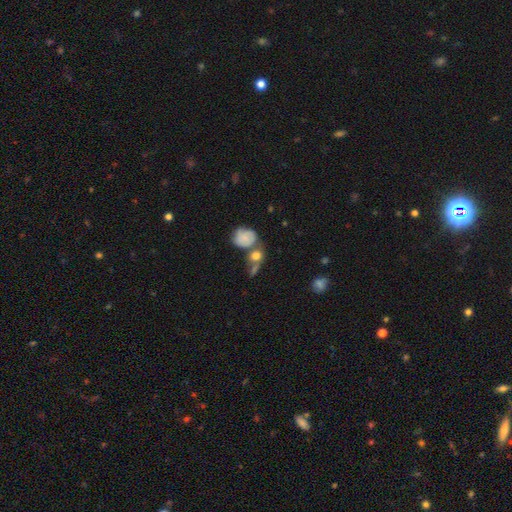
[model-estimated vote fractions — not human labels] A smooth galaxy with no disk features (64%) that is round (56%).

Vote fractions:
- Smooth or featured? smooth: 64% / featured or disk: 23% / star or artifact: 13%
- How rounded? round: 56% / in between: 40% / cigar-shaped: 4%
- Merging? none: 39% / merger: 38% / minor disturbance: 14% / major disturbance: 9%